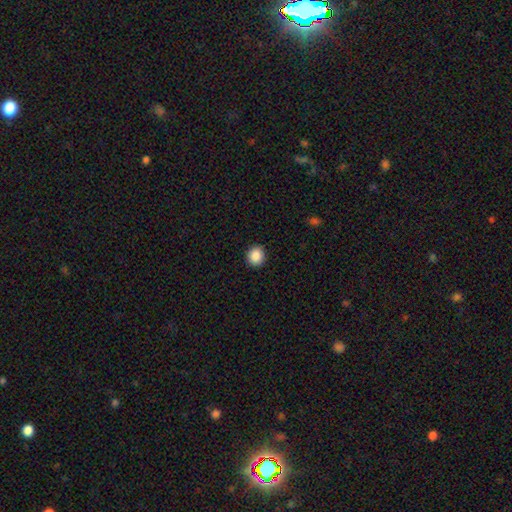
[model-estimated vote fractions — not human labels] Smooth or featured?
  - smooth: 88% *
  - star or artifact: 9%
  - featured or disk: 3%
How rounded?
  - round: 86% *
  - in between: 13%
  - cigar-shaped: 1%
Merging?
  - none: 91% *
  - minor disturbance: 6%
  - major disturbance: 2%
  - merger: 1%